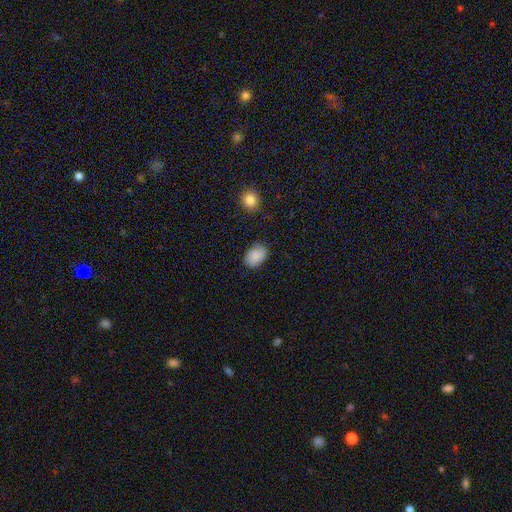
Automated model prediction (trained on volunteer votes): This is clearly a smooth galaxy (88%). How rounded: likely in between (79%). Merging: clearly none (82%).